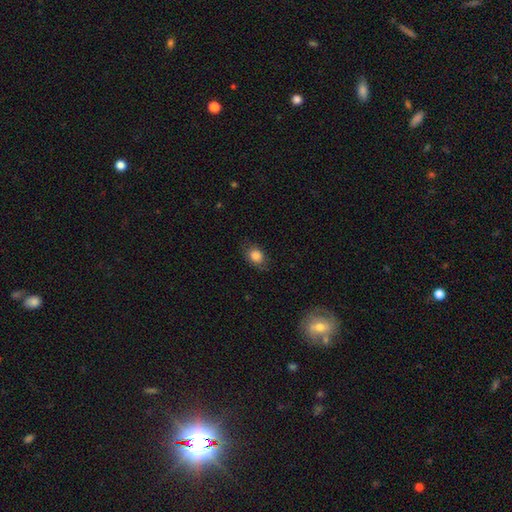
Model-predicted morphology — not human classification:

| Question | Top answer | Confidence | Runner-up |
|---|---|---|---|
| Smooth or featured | smooth | 84% | star or artifact (9%) |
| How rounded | in between | 66% | round (32%) |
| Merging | none | 75% | minor disturbance (19%) |